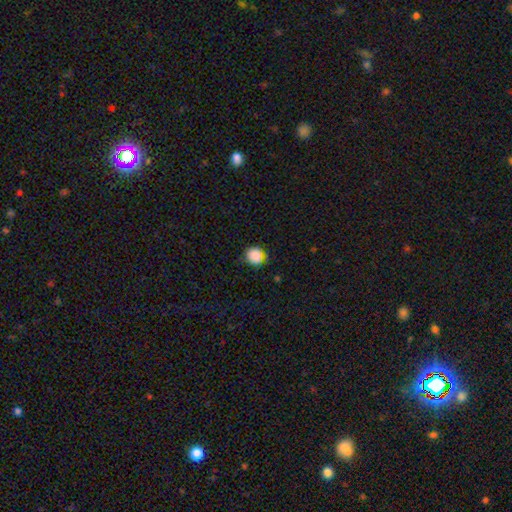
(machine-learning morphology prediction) This is clearly a smooth galaxy (85%). How rounded: clearly round (81%). Merging: likely none (77%).